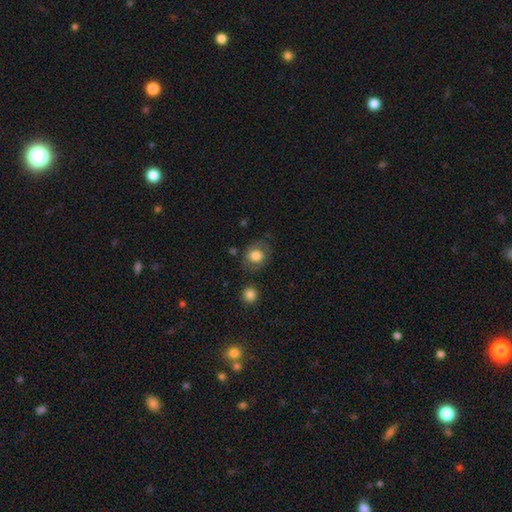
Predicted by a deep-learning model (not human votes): A smooth galaxy with no disk features (76%) that is round (67%).

Vote fractions:
- Smooth or featured? smooth: 76% / featured or disk: 16% / star or artifact: 8%
- How rounded? round: 67% / in between: 32% / cigar-shaped: 1%
- Merging? none: 73% / minor disturbance: 17% / major disturbance: 7% / merger: 3%